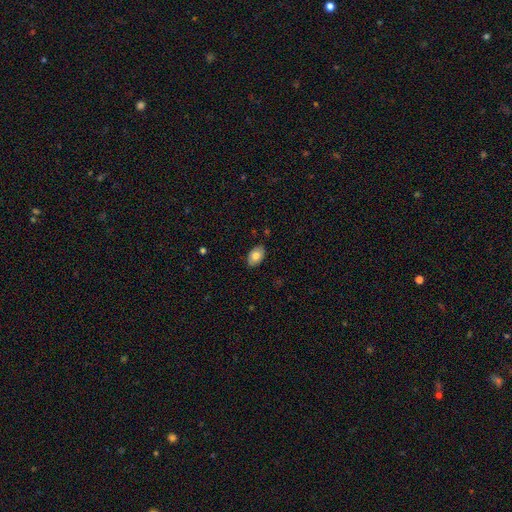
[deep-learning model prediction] Smooth or featured? Predicted: smooth (p=0.79). How rounded? Predicted: in between (p=0.91). Merging? Predicted: none (p=0.85).